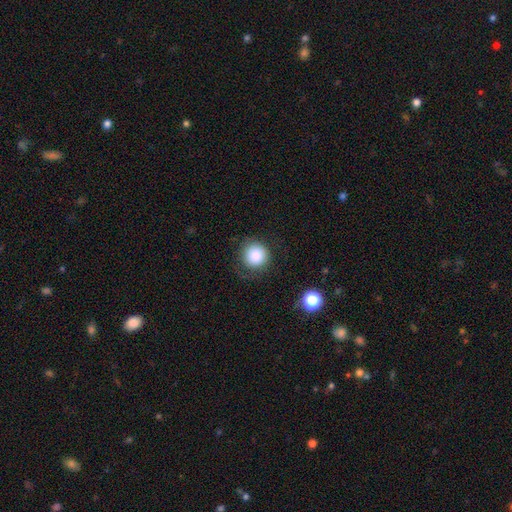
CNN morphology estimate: This appears to be a smooth galaxy with no disk features (83%) that is round (94%). Merging: none (78%).